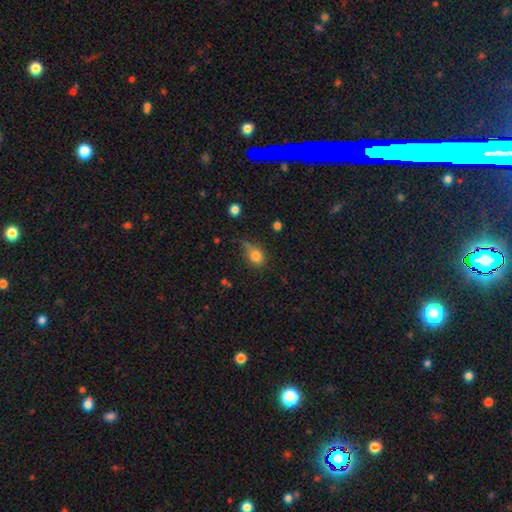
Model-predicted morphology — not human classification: smooth 80%, star or artifact 12%, featured or disk 9%. Down the decision tree: how rounded — round (50%); merging — none (46%).